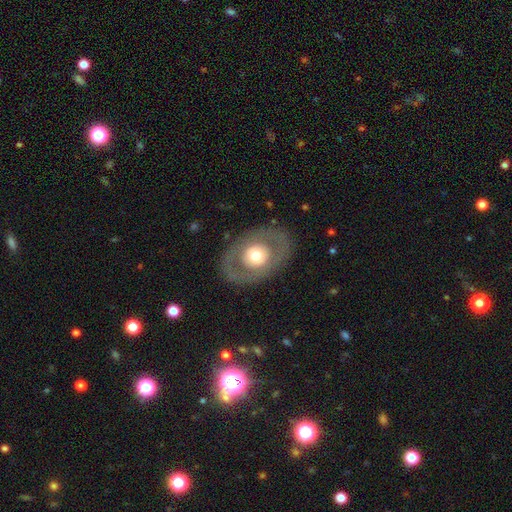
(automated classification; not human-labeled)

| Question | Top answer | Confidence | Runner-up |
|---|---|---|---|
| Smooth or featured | featured or disk | 49% | smooth (45%) |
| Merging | none | 83% | minor disturbance (10%) |